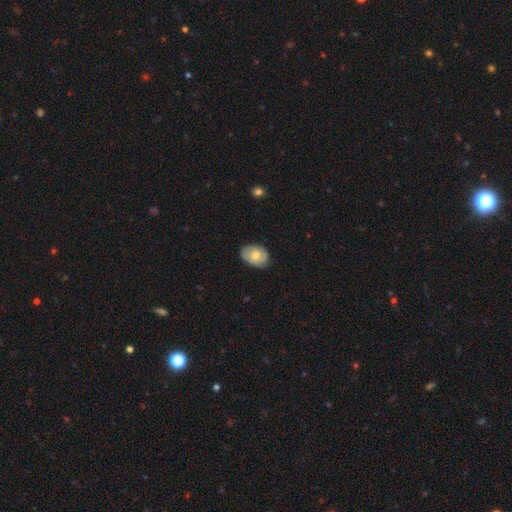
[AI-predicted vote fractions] Overall: smooth (59%; featured or disk 35%). How rounded: in between (76%). Merging: none (75%).